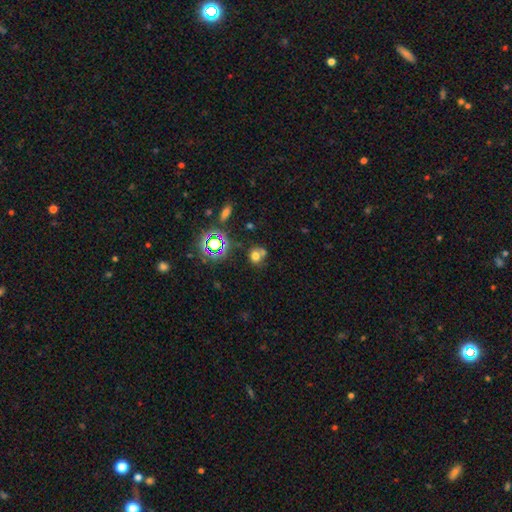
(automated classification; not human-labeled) smooth_or_featured: smooth (p=0.64) [alt: star or artifact p=0.23]
how_rounded: round (p=0.74) [alt: in between p=0.25]
merging: none (p=0.49) [alt: merger p=0.34]